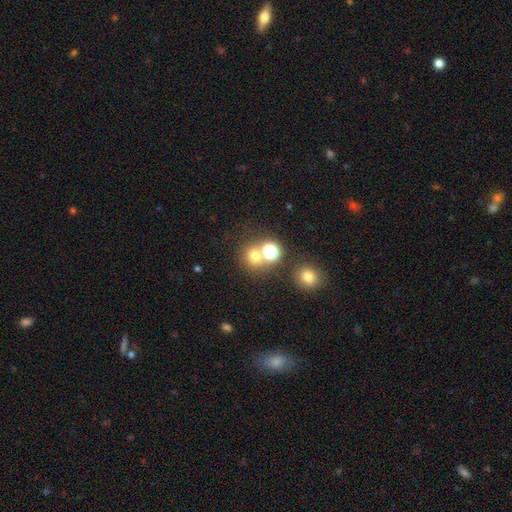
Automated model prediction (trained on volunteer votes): A smooth galaxy with no disk features (67%) that is round (85%). Merging: none (60%).